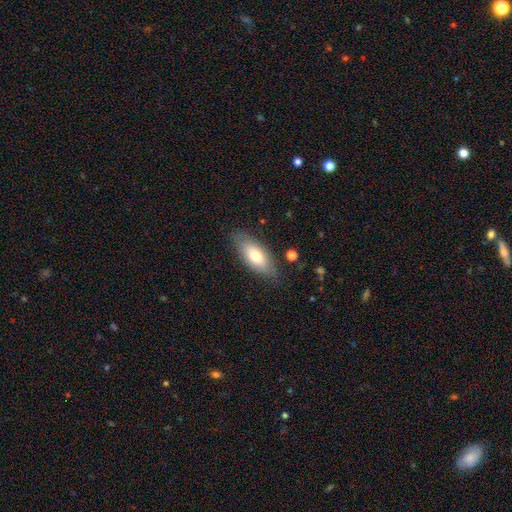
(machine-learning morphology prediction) Smooth or featured? smooth (71%)
How rounded? in between (82%)
Merging? none (79%)